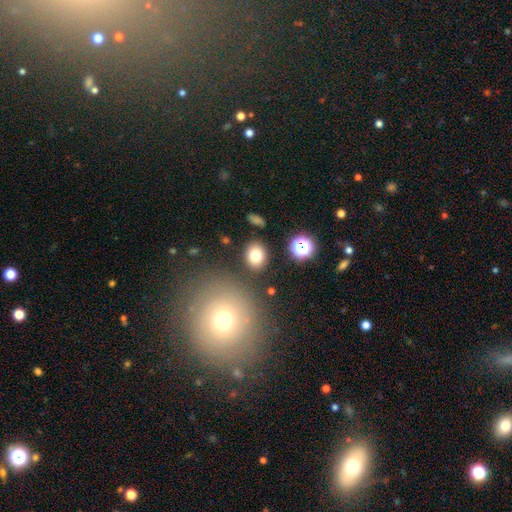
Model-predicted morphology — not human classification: smooth 79%, star or artifact 13%, featured or disk 9%. Down the decision tree: how rounded — round (53%); merging — none (84%).